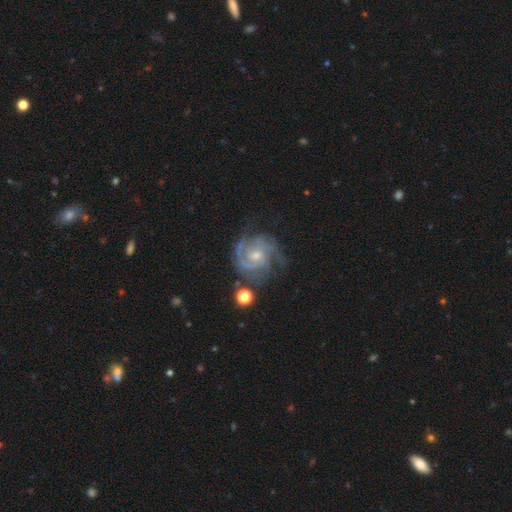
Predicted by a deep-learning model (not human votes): The model was most divided on "spiral arm count": 2: 38%, 3: 31%, can't tell: 16%, 4: 7%, 1: 5%, more than 4: 5%. More confident: edge-on disk — no (98%); spiral arms — yes (97%); smooth or featured — featured or disk (88%); merging — none (68%); bar — no (61%); spiral winding — tight (61%); bulge size — small (51%).